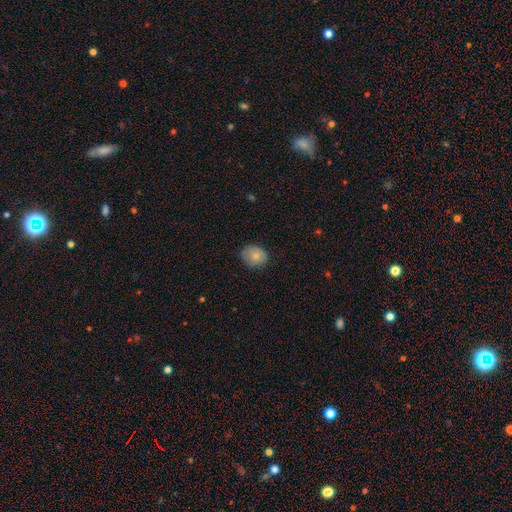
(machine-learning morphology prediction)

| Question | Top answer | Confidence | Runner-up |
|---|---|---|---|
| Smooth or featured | smooth | 80% | featured or disk (12%) |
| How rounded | round | 51% | in between (48%) |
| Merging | none | 78% | minor disturbance (18%) |